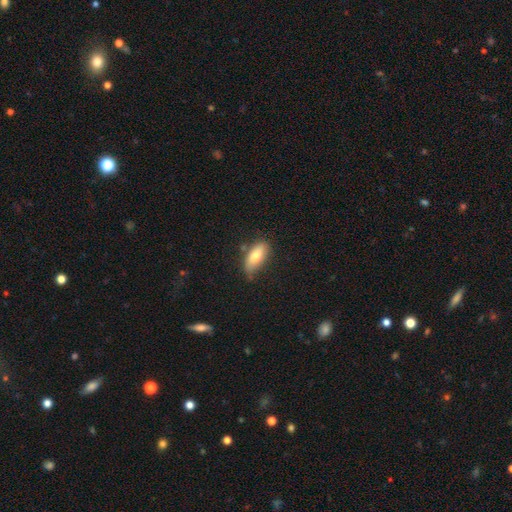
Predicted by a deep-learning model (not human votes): This is likely a smooth galaxy (76%). How rounded: clearly in between (81%). Merging: likely none (63%).